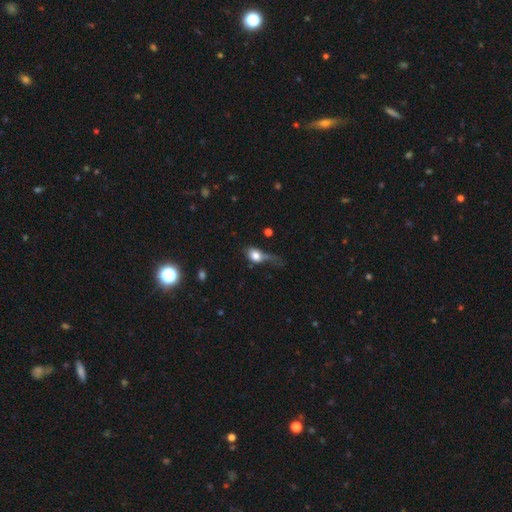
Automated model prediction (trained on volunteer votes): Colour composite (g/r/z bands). It shows a smooth galaxy with no disk features (73%) that is in between round and cigar-shaped (55%). Merging: major disturbance (48%).